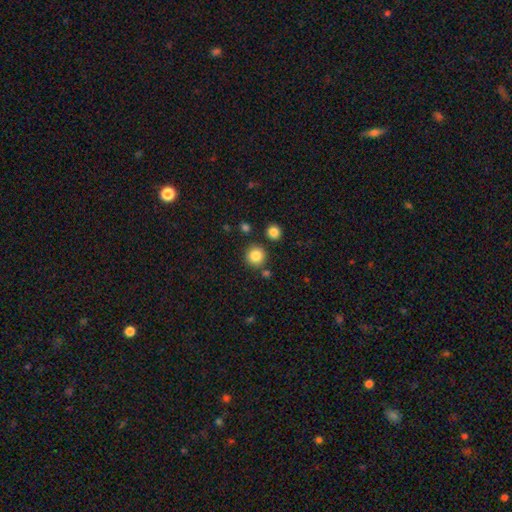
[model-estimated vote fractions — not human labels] Smooth or featured: smooth — 85% (star or artifact — 10%)
How rounded: round — 93% (in between — 6%)
Merging: none — 85% (minor disturbance — 7%)